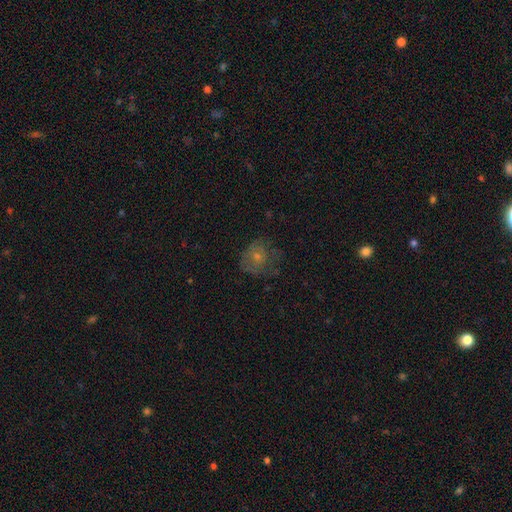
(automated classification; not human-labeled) smooth_or_featured: smooth (p=0.51) [alt: featured or disk p=0.33]
how_rounded: round (p=0.73) [alt: in between p=0.26]
merging: none (p=0.58) [alt: minor disturbance p=0.22]